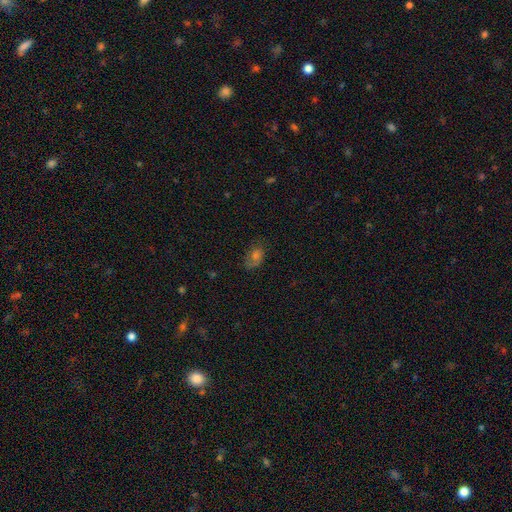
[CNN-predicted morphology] This is possibly a smooth galaxy (54%). How rounded: likely in between (78%). Merging: likely none (65%).